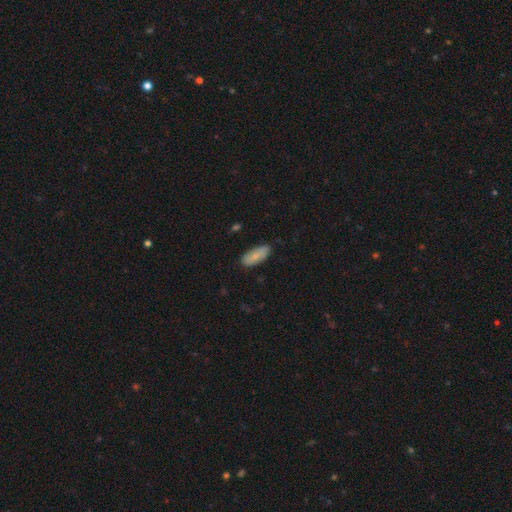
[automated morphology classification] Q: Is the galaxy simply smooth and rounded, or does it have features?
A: smooth — 77%.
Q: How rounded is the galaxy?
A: in between — 83%.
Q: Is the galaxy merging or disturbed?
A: none — 82%.